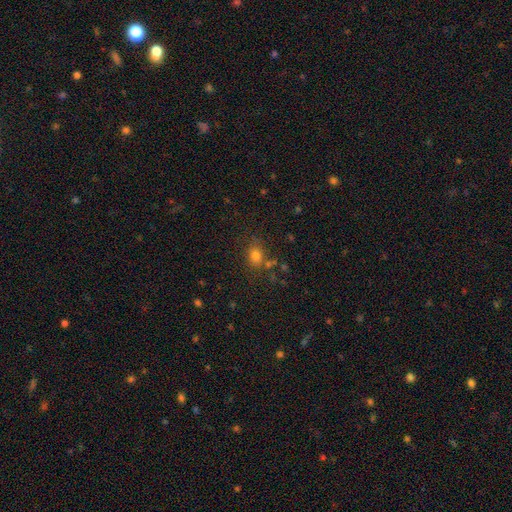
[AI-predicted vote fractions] This appears to be a smooth galaxy with no disk features (77%) that is round (54%). Merging: none (69%).